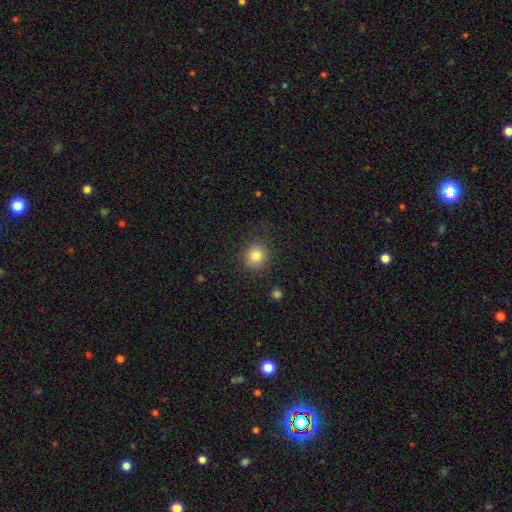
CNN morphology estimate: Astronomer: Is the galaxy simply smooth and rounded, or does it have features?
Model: smooth — 82%.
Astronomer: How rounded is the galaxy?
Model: round — 81%.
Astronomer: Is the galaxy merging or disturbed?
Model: none — 83%.